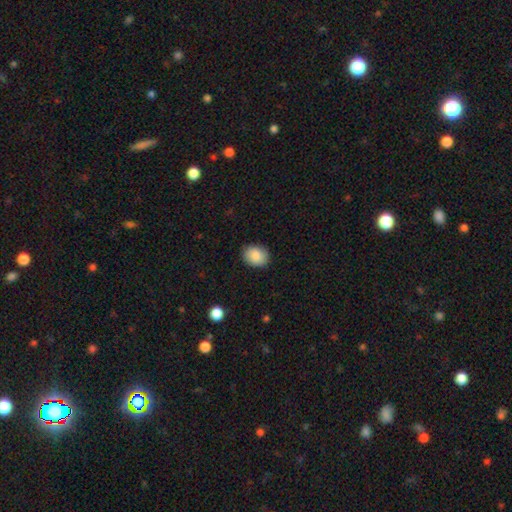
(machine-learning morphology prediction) Smooth or featured: smooth — 87% (star or artifact — 7%)
How rounded: in between — 50% (round — 49%)
Merging: none — 87% (minor disturbance — 10%)